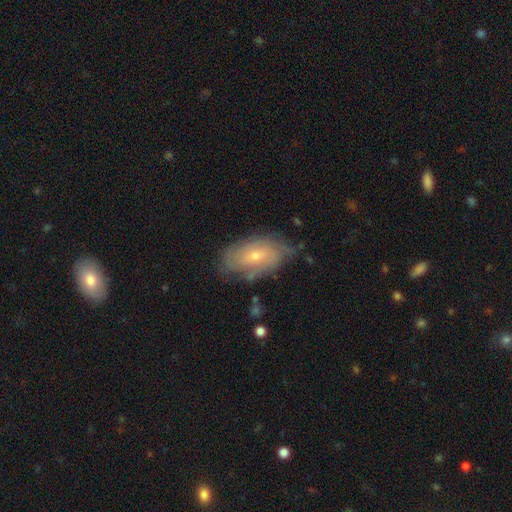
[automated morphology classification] Smooth or featured: featured or disk — 59% (smooth — 33%)
Edge-on disk: no — 92% (yes — 8%)
Bar: no — 66% (weak — 28%)
Spiral arms: yes — 74% (no — 26%)
Bulge size: small — 63% (moderate — 34%)
Merging: none — 64% (minor disturbance — 26%)